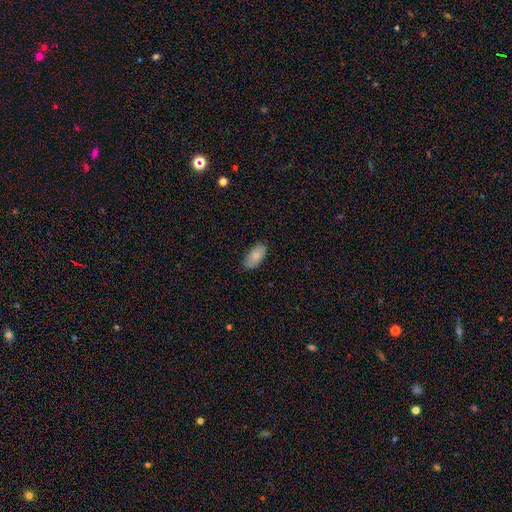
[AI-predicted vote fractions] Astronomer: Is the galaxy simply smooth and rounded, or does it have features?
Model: smooth — 83%.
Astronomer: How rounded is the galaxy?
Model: in between — 94%.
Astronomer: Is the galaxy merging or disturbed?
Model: none — 84%.